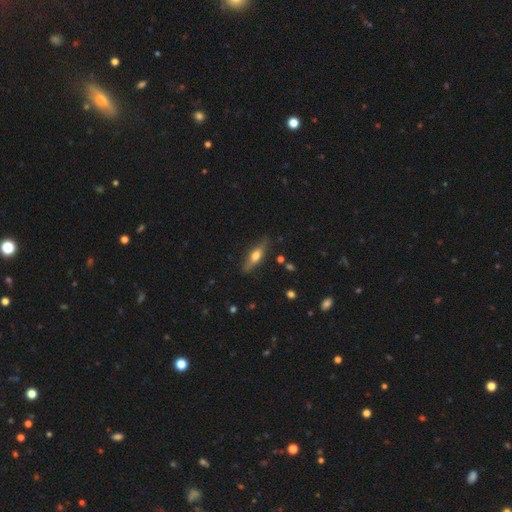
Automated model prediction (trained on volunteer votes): The model was most divided on "smooth or featured": featured or disk: 48%, smooth: 46%, star or artifact: 6%. More confident: merging — none (83%).